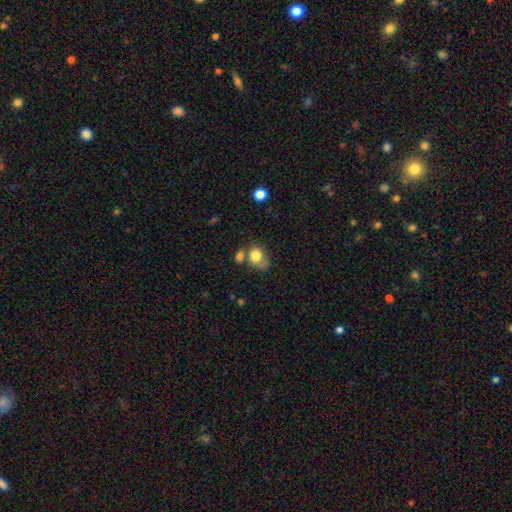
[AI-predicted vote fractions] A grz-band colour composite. It shows a smooth galaxy with no disk features (81%) that is in between round and cigar-shaped (50%). Merging: none (39%).